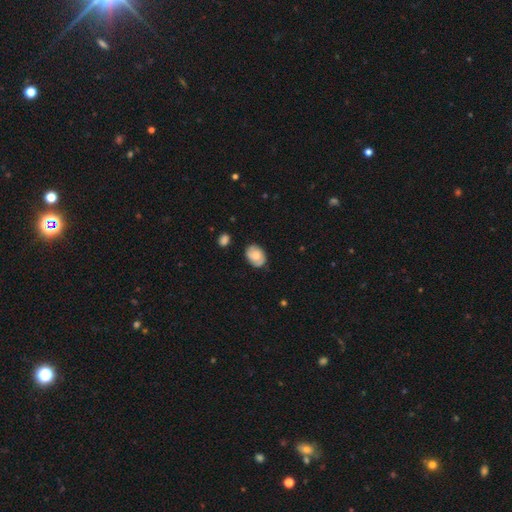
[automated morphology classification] smooth_or_featured: smooth (p=0.59) [alt: featured or disk p=0.34]
how_rounded: in between (p=0.72) [alt: round p=0.27]
merging: none (p=0.75) [alt: minor disturbance p=0.19]